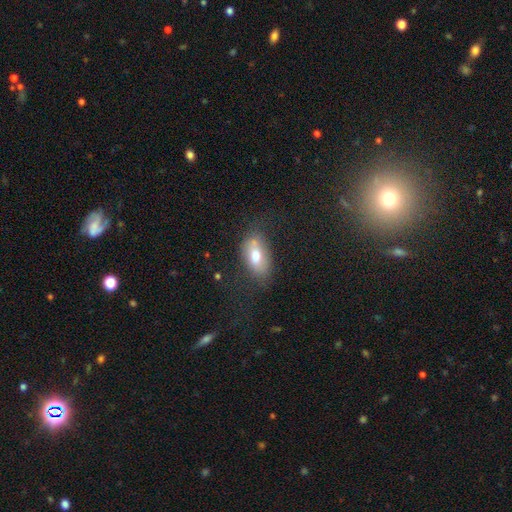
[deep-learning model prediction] Smooth or featured? Predicted: smooth (p=0.69). How rounded? Predicted: in between (p=0.89). Merging? Predicted: none (p=0.58).